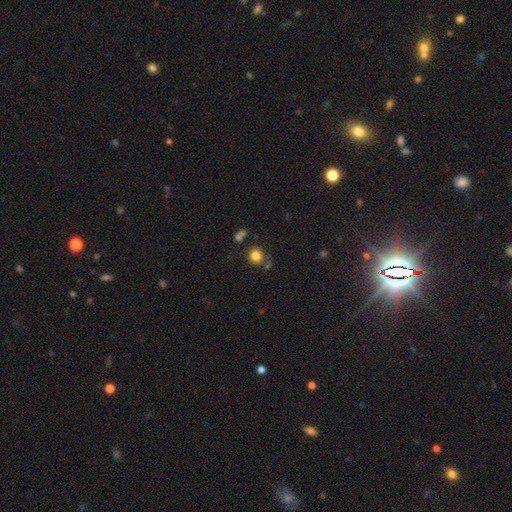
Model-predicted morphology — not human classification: This appears to be a smooth galaxy with no disk features (82%) that is round (88%). Merging: none (70%).